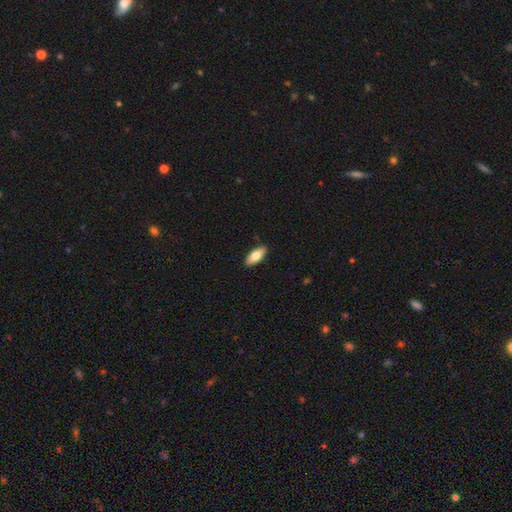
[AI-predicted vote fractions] A smooth galaxy with no disk features (76%) that is in between round and cigar-shaped (81%). Merging: none (89%).